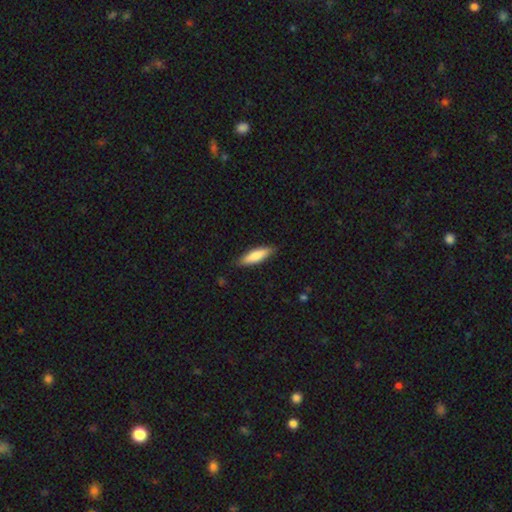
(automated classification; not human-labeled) A smooth galaxy with no disk features (77%) that is cigar-shaped (59%). Merging: none (86%).